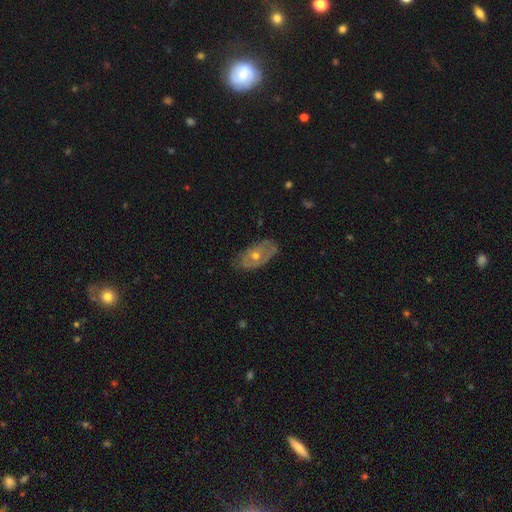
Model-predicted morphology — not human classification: The model was most divided on "spiral arms": no: 60%, yes: 40%. More confident: edge-on disk — no (90%); bar — no (85%); merging — none (72%); smooth or featured — featured or disk (64%); bulge size — moderate (62%).